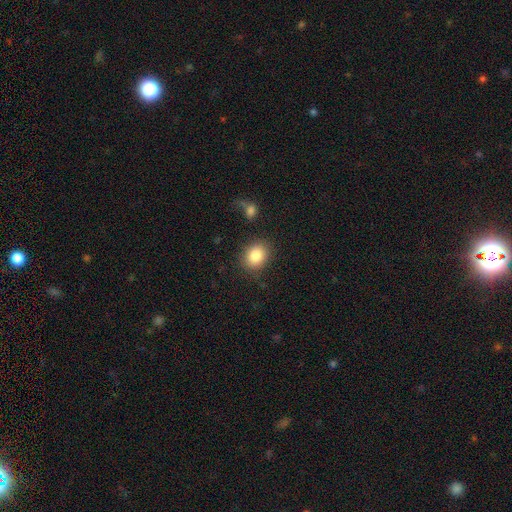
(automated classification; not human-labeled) Smooth or featured: smooth — 85% (star or artifact — 9%)
How rounded: round — 54% (in between — 45%)
Merging: none — 82% (minor disturbance — 11%)